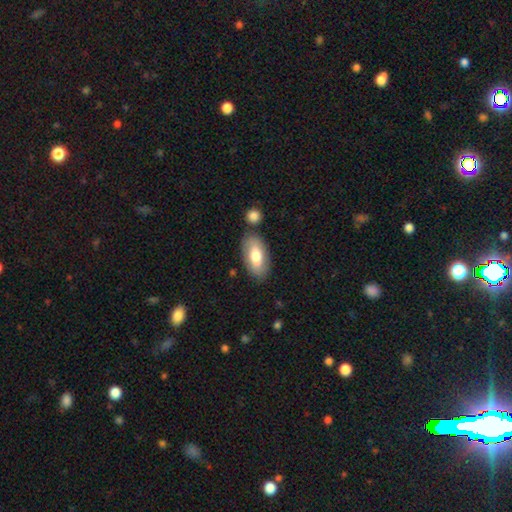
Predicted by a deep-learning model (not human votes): Overall: smooth (69%). How rounded: in between (91%). Merging: none (76%).